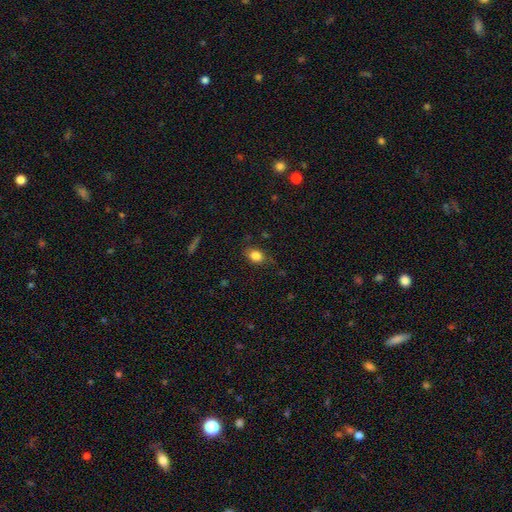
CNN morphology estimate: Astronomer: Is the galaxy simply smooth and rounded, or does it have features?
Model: smooth — 83%.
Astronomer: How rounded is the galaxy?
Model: in between — 62%.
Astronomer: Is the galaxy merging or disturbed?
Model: none — 77%.